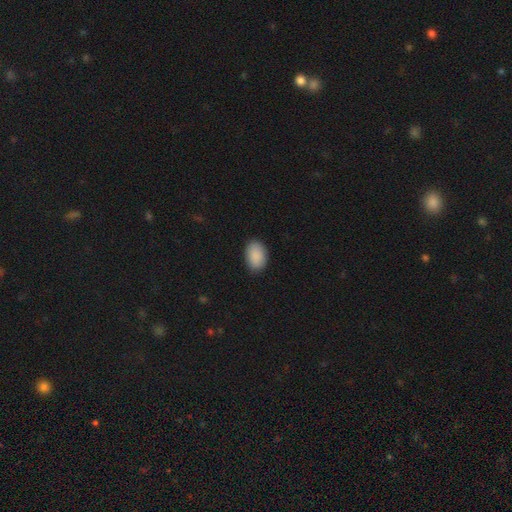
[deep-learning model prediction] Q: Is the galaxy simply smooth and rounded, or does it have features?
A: smooth — 90%.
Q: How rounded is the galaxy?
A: in between — 89%.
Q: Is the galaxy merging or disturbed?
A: none — 86%.